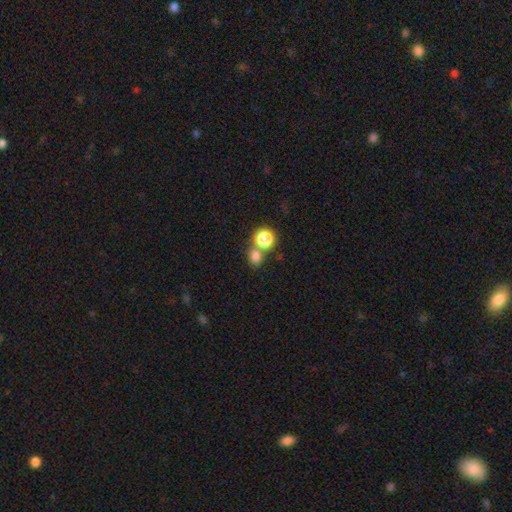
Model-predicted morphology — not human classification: Overall: smooth (76%). How rounded: round (72%). Merging: none (57%; merger 32%).